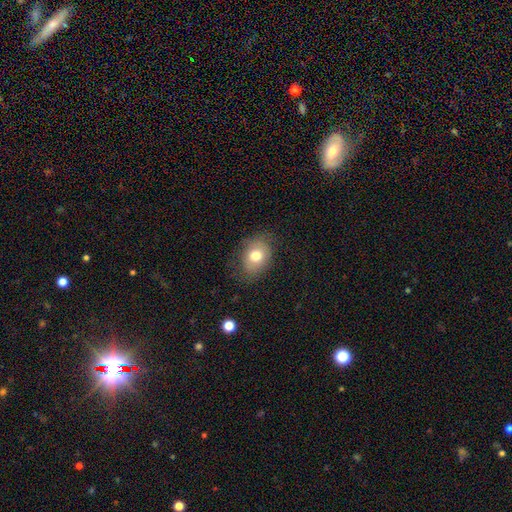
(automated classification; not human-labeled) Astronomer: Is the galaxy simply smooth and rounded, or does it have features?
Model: smooth — 74%.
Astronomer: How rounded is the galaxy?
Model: in between — 61% (runner-up: round, 39%).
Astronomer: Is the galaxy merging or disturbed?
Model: none — 73%.